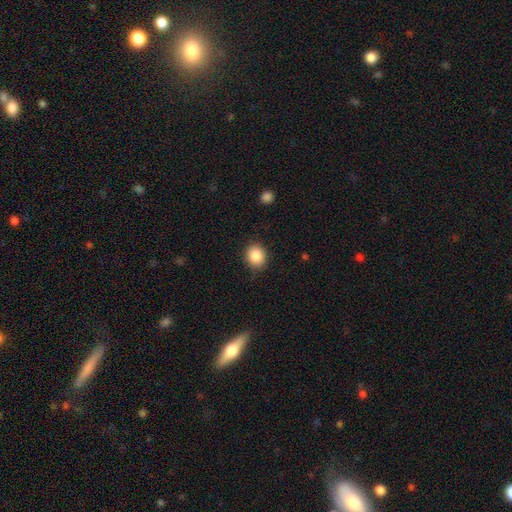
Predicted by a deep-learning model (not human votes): Smooth or featured: smooth — 86% (star or artifact — 9%)
How rounded: round — 72% (in between — 27%)
Merging: none — 86% (minor disturbance — 10%)